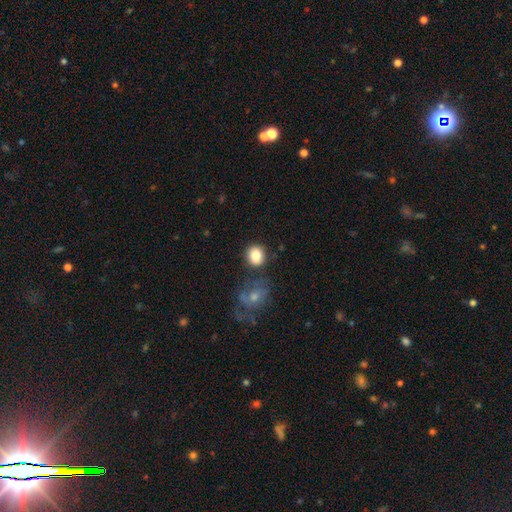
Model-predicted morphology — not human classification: This is clearly a smooth galaxy (86%). How rounded: likely round (75%). Merging: likely none (73%).